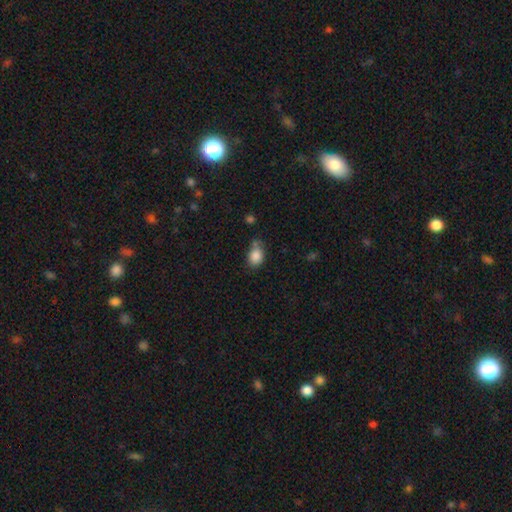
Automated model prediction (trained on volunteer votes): Smooth or featured?
  - smooth: 86% *
  - star or artifact: 9%
  - featured or disk: 5%
How rounded?
  - in between: 62% *
  - round: 37%
  - cigar-shaped: 1%
Merging?
  - none: 58% *
  - minor disturbance: 24%
  - merger: 12%
  - major disturbance: 6%